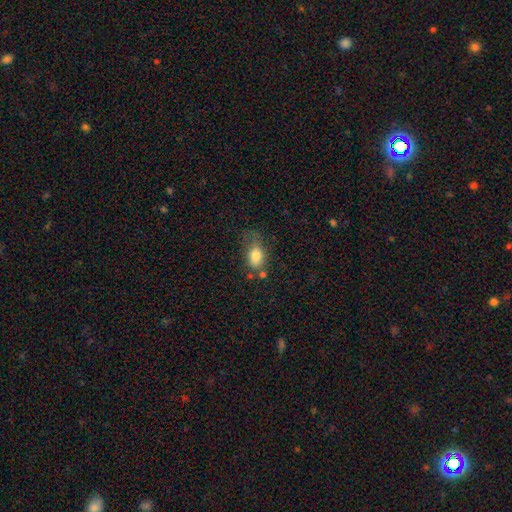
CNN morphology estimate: Smooth or featured?
  - smooth: 79% *
  - featured or disk: 12%
  - star or artifact: 9%
How rounded?
  - in between: 81% *
  - round: 17%
  - cigar-shaped: 2%
Merging?
  - none: 40% *
  - minor disturbance: 30%
  - major disturbance: 18%
  - merger: 11%